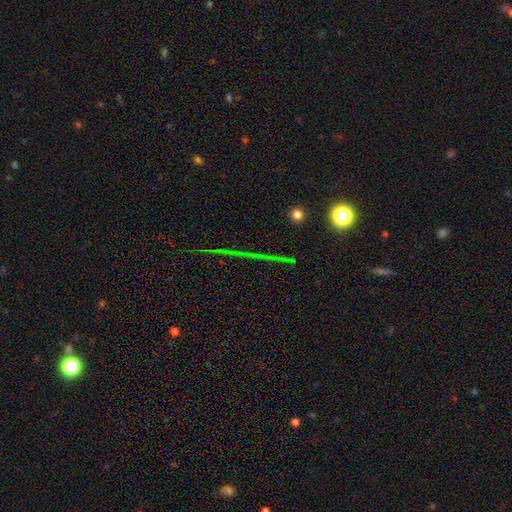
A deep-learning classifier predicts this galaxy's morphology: smooth-or-featured: star or artifact: 69% | featured or disk: 17% | smooth: 14%